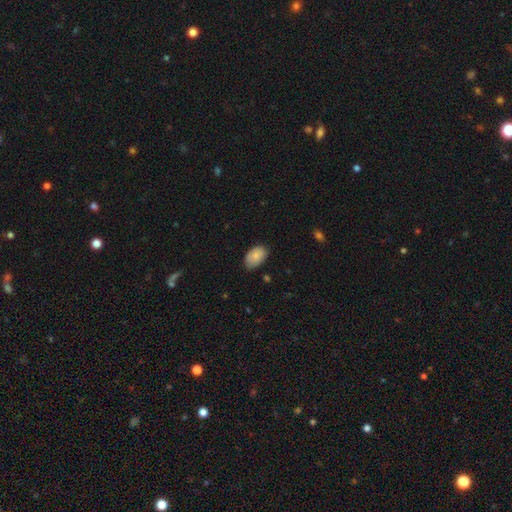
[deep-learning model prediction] smooth_or_featured: smooth (p=0.84) [alt: featured or disk p=0.09]
how_rounded: in between (p=0.91) [alt: round p=0.08]
merging: none (p=0.73) [alt: minor disturbance p=0.22]